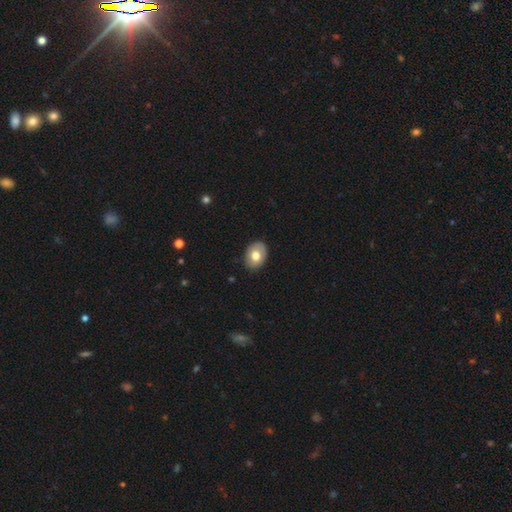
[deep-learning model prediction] A smooth galaxy with no disk features (72%) that is in between round and cigar-shaped (76%).

Vote fractions:
- Smooth or featured? smooth: 72% / featured or disk: 21% / star or artifact: 7%
- How rounded? in between: 76% / round: 23% / cigar-shaped: 1%
- Merging? none: 85% / minor disturbance: 11% / major disturbance: 2% / merger: 1%